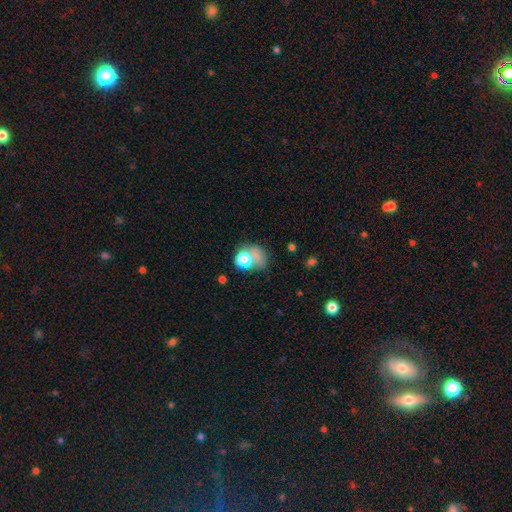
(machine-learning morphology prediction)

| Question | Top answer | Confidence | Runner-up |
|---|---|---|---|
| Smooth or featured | smooth | 68% | featured or disk (17%) |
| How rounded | round | 54% | in between (44%) |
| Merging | none | 34% | major disturbance (25%) |